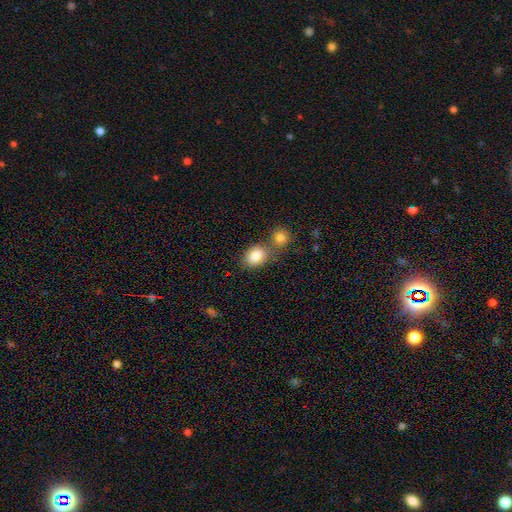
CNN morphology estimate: The model was most divided on "how rounded": in between: 51%, round: 48%, cigar-shaped: 1%. More confident: smooth or featured — smooth (85%); merging — none (52%).